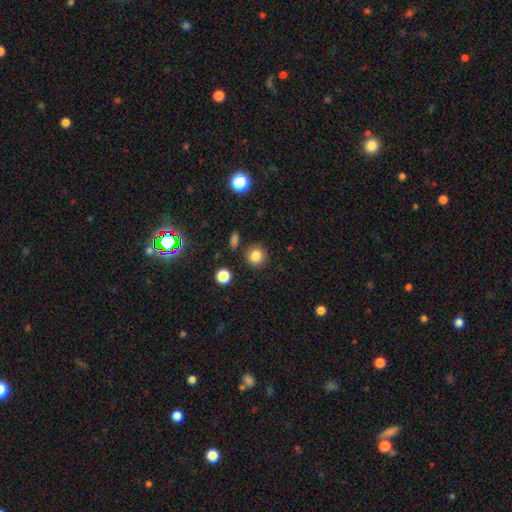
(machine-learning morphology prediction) A smooth galaxy with no disk features (83%) that is round (90%). Merging: none (87%).